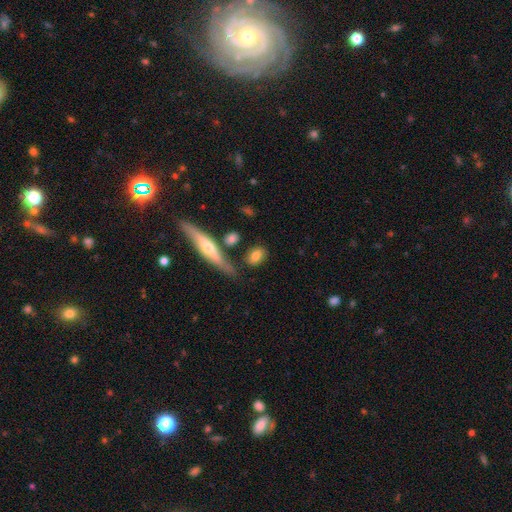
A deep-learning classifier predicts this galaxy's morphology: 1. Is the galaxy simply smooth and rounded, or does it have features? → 74% smooth, 19% featured or disk, 7% star or artifact.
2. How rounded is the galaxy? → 73% in between, 18% round, 9% cigar-shaped.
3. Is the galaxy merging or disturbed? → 75% none, 13% minor disturbance, 8% merger, 4% major disturbance.